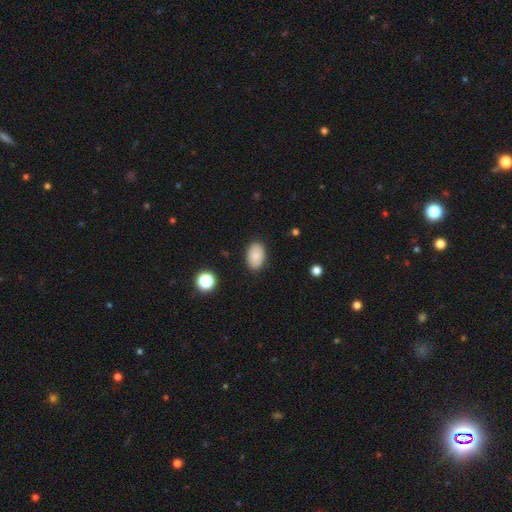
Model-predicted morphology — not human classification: Q: Smooth or featured?
A: smooth (88%); runner-up: star or artifact (8%)
Q: How rounded?
A: in between (90%); runner-up: round (9%)
Q: Merging?
A: none (88%); runner-up: minor disturbance (9%)